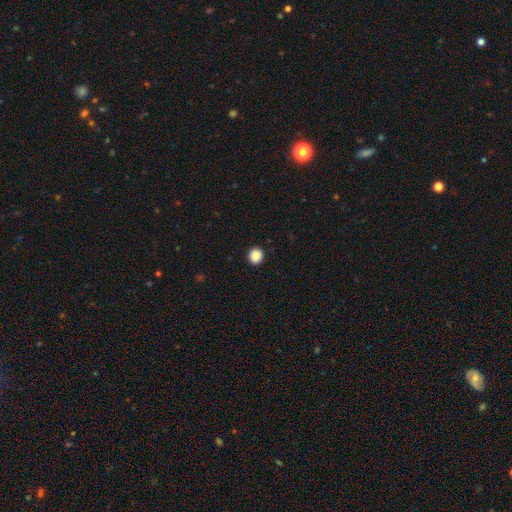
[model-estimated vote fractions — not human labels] smooth_or_featured: smooth (p=0.89) [alt: star or artifact p=0.09]
how_rounded: round (p=0.88) [alt: in between p=0.11]
merging: none (p=0.93) [alt: minor disturbance p=0.05]